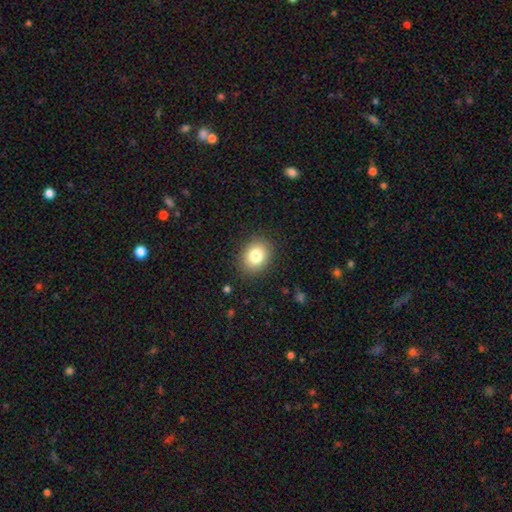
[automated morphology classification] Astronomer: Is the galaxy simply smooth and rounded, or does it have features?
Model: smooth — 82%.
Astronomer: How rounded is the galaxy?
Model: round — 54% (runner-up: in between, 45%).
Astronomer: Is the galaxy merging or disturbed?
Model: none — 88%.